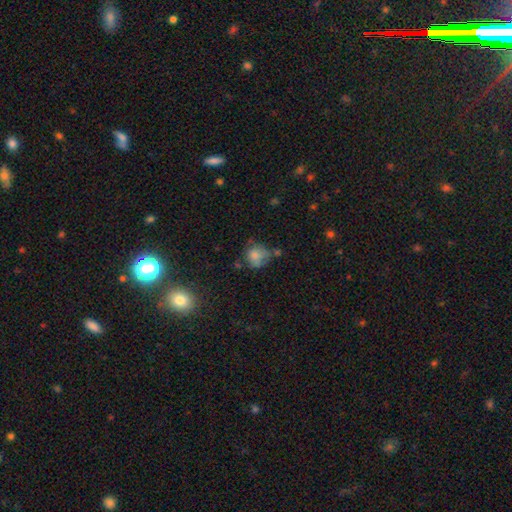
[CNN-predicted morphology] Smooth or featured: smooth — 71% (featured or disk — 18%)
How rounded: round — 76% (in between — 23%)
Merging: none — 42% (minor disturbance — 28%)